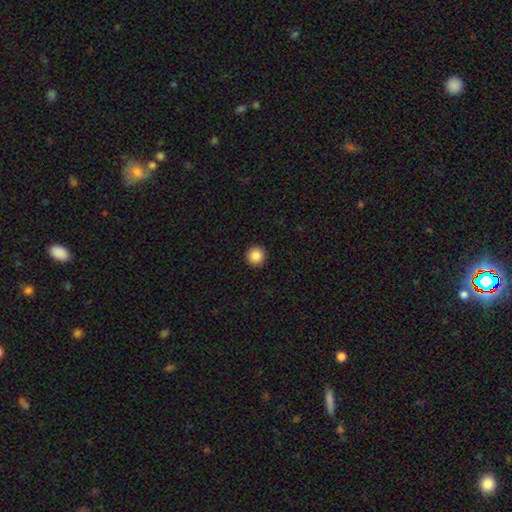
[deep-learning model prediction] This is clearly a smooth galaxy (87%). How rounded: clearly round (96%). Merging: clearly none (93%).